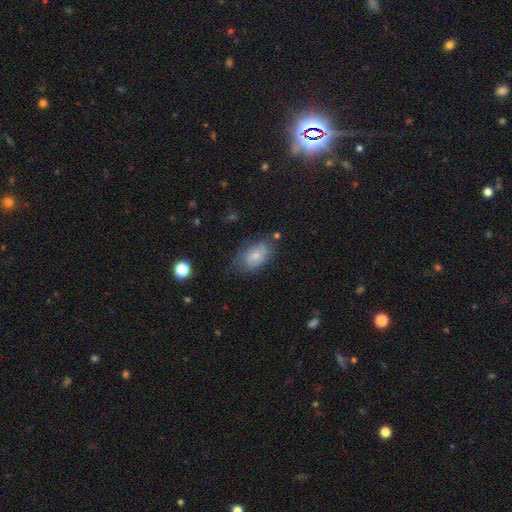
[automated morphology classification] type=smooth (66%); roundness=in between (90%); merging=none (59%).